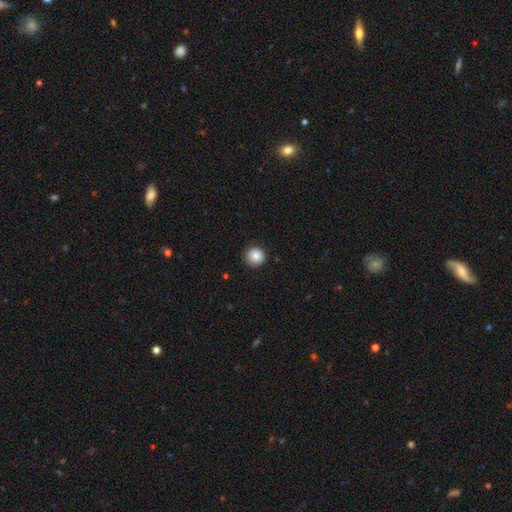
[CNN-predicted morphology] smooth_or_featured: smooth (p=0.85) [alt: star or artifact p=0.09]
how_rounded: round (p=0.94) [alt: in between p=0.05]
merging: none (p=0.89) [alt: minor disturbance p=0.08]